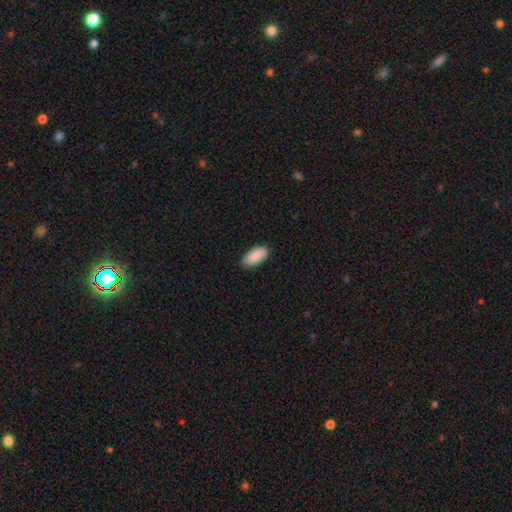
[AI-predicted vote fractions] Smooth or featured? Predicted: smooth (p=0.91). How rounded? Predicted: in between (p=0.92). Merging? Predicted: none (p=0.86).